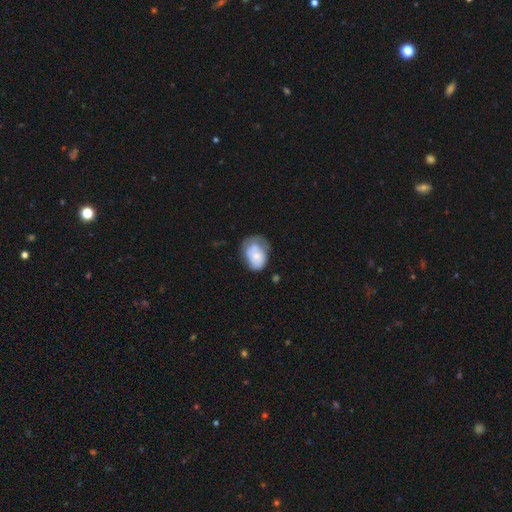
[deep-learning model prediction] Q: Smooth or featured?
A: smooth (60%); runner-up: featured or disk (33%)
Q: How rounded?
A: in between (72%); runner-up: round (27%)
Q: Merging?
A: none (34%); runner-up: minor disturbance (33%)